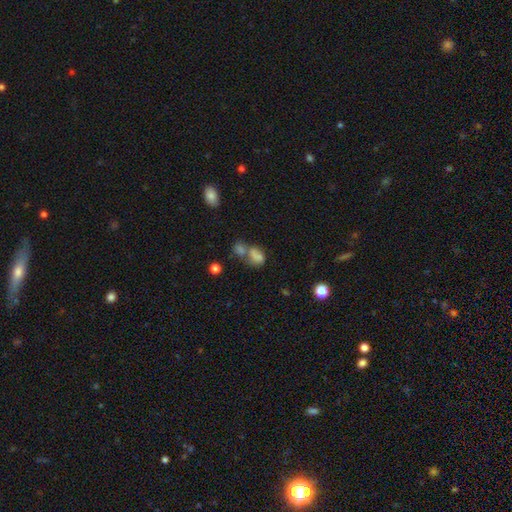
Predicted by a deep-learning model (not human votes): A smooth galaxy with no disk features (68%) that is in between round and cigar-shaped (71%).

Vote fractions:
- Smooth or featured? smooth: 68% / featured or disk: 18% / star or artifact: 14%
- How rounded? in between: 71% / round: 27% / cigar-shaped: 2%
- Merging? merger: 61% / none: 20% / minor disturbance: 10% / major disturbance: 9%